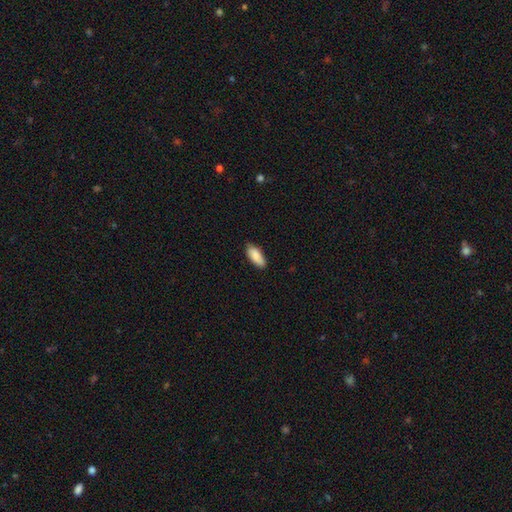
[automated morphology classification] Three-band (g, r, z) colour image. It shows a smooth galaxy with no disk features (86%) that is in between round and cigar-shaped (84%). Merging: none (82%).